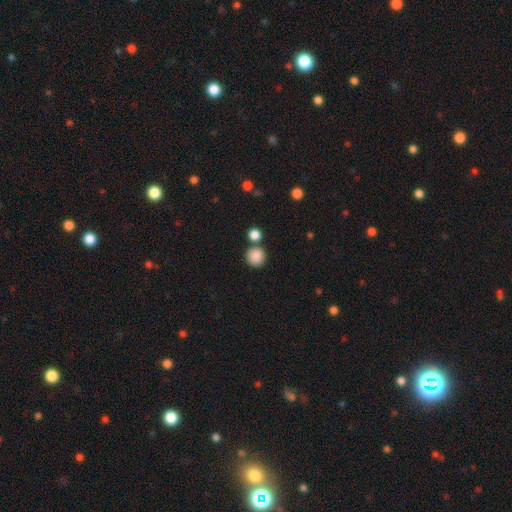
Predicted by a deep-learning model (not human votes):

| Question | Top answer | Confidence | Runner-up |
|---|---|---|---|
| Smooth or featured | smooth | 87% | star or artifact (9%) |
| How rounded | round | 92% | in between (7%) |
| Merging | none | 74% | merger (15%) |